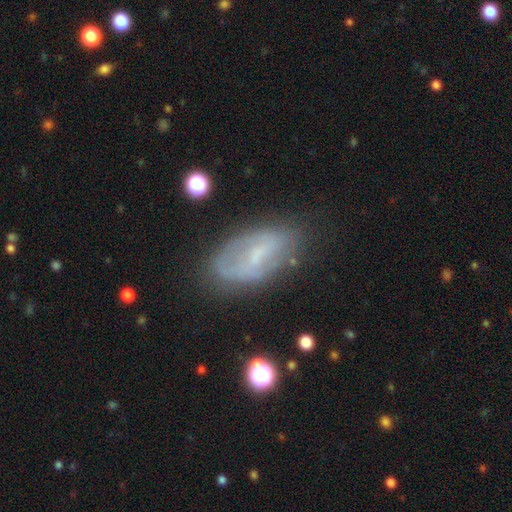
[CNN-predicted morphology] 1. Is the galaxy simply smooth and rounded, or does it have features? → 53% featured or disk, 38% smooth, 9% star or artifact.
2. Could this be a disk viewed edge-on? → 89% no, 11% yes.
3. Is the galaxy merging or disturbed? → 64% none, 24% minor disturbance, 10% major disturbance, 3% merger.